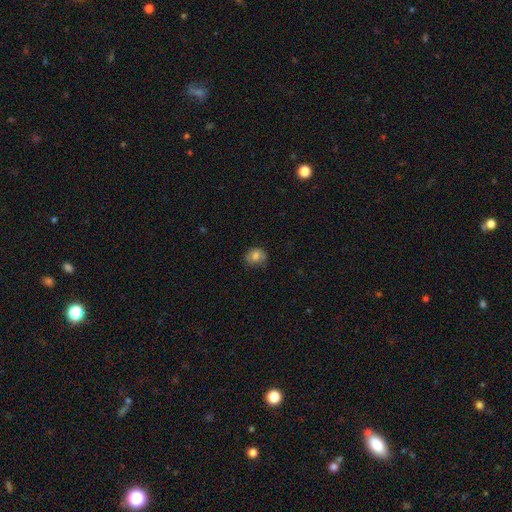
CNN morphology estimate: type=smooth (76%); roundness=round (67%); merging=none (71%).